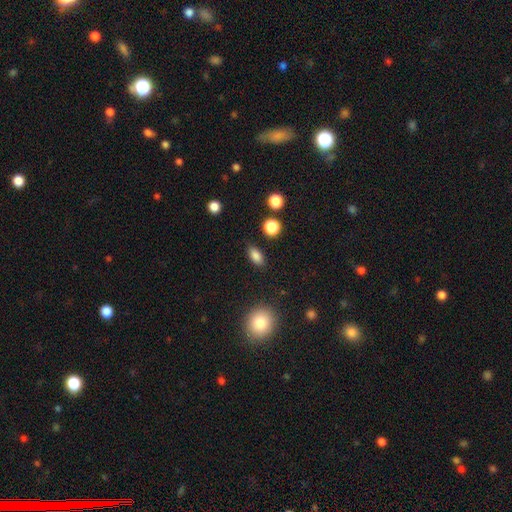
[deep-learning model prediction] The model was most divided on "smooth or featured": smooth: 85%, star or artifact: 10%, featured or disk: 5%. More confident: how rounded — in between (86%); merging — none (86%).